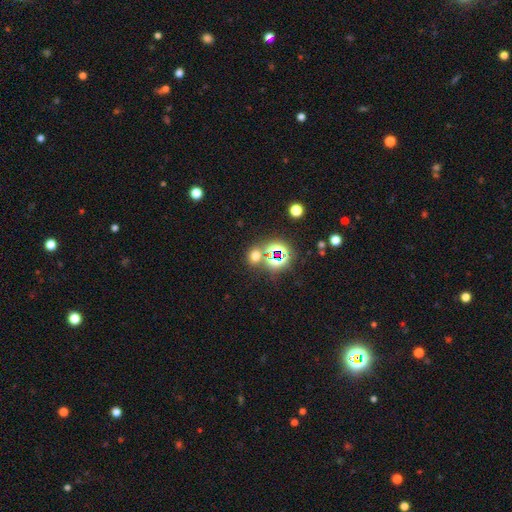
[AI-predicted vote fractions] smooth 53%, star or artifact 40%, featured or disk 7%. Down the decision tree: how rounded — round (71%); merging — none (72%).